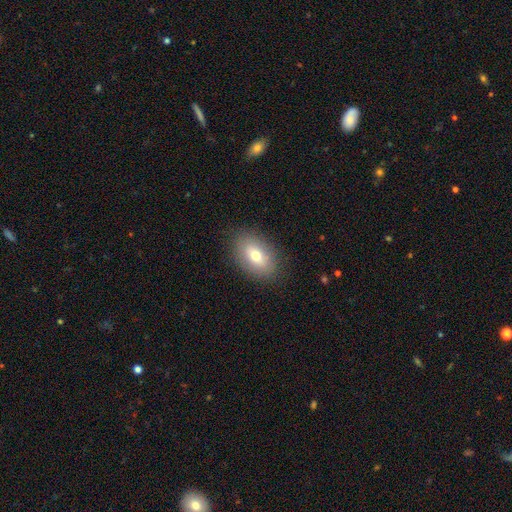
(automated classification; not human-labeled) Smooth or featured: smooth — 70% (featured or disk — 21%)
How rounded: in between — 86% (round — 12%)
Merging: none — 86% (minor disturbance — 10%)